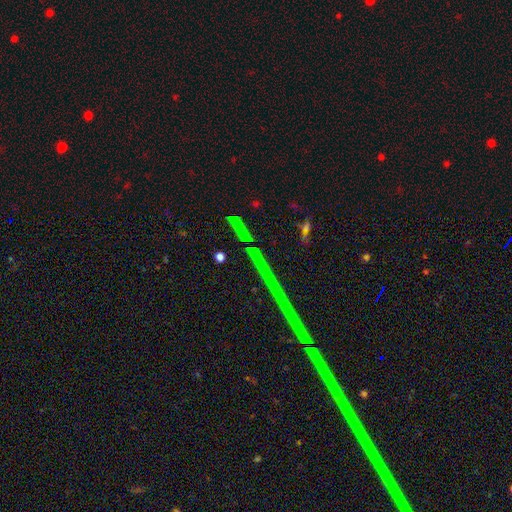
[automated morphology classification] Smooth or featured? star or artifact (81%)